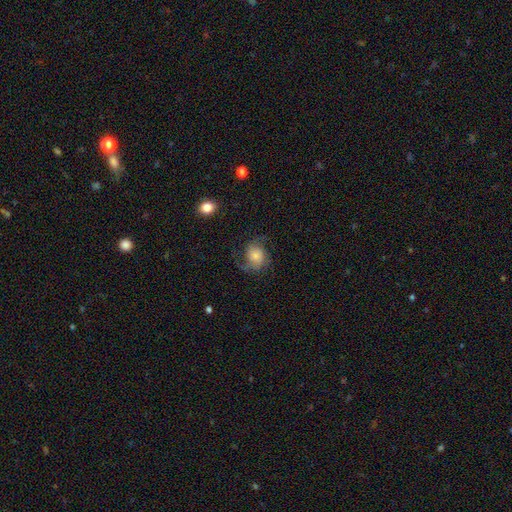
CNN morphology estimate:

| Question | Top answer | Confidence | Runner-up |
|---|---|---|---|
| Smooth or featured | featured or disk | 65% | smooth (26%) |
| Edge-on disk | no | 98% | yes (2%) |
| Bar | no | 72% | weak (23%) |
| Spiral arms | yes | 93% | no (7%) |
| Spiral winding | loose | 45% | medium (42%) |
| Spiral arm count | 2 | 74% | 1 (10%) |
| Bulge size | small | 40% | moderate (32%) |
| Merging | none | 60% | major disturbance (19%) |